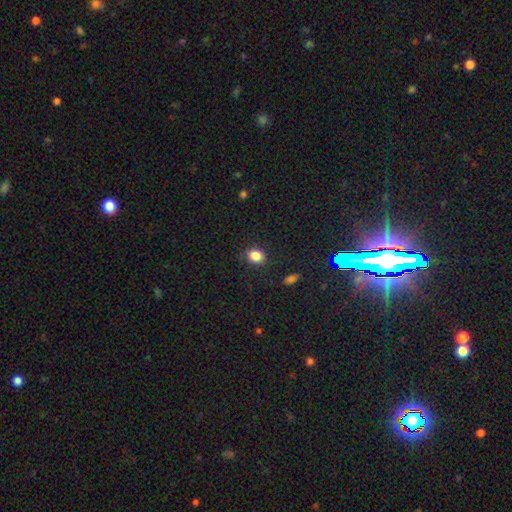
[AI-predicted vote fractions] A smooth galaxy with no disk features (85%) that is round (50%). Merging: none (84%).